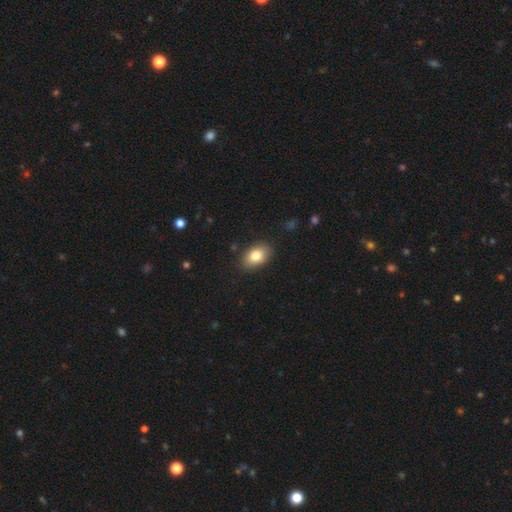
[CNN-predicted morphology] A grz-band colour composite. It shows a smooth galaxy with no disk features (82%) that is in between round and cigar-shaped (88%). Merging: none (86%).